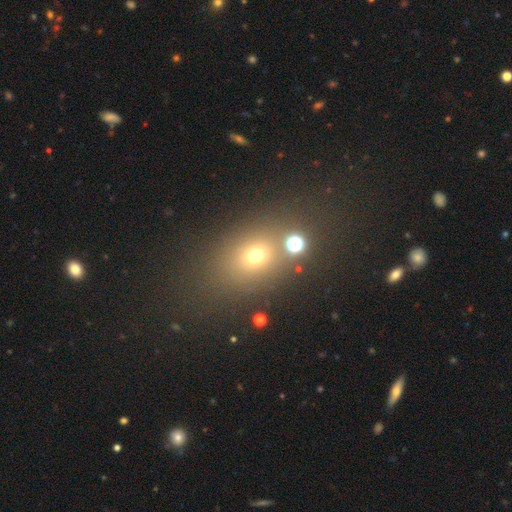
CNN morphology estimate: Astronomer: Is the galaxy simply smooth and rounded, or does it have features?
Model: smooth — 63%.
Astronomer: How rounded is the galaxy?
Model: in between — 57% (runner-up: round, 40%).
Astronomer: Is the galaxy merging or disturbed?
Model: none — 69%.